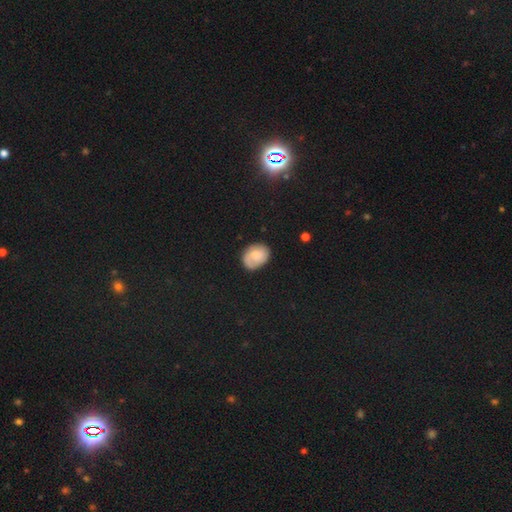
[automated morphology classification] This is likely a smooth galaxy (61%). How rounded: likely in between (63%). Merging: likely none (74%).